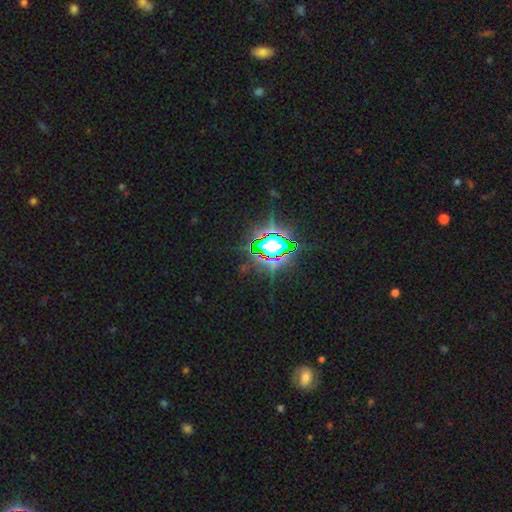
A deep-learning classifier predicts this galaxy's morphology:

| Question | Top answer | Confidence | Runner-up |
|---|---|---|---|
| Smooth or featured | star or artifact | 81% | smooth (11%) |